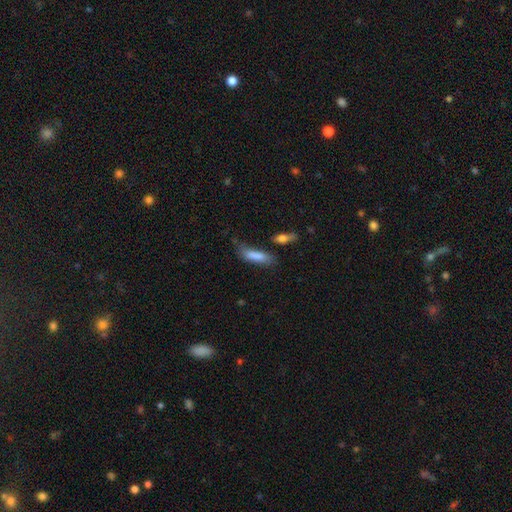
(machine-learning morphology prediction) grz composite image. It shows a smooth galaxy with no disk features (80%) that is cigar-shaped (56%). Merging: none (51%).